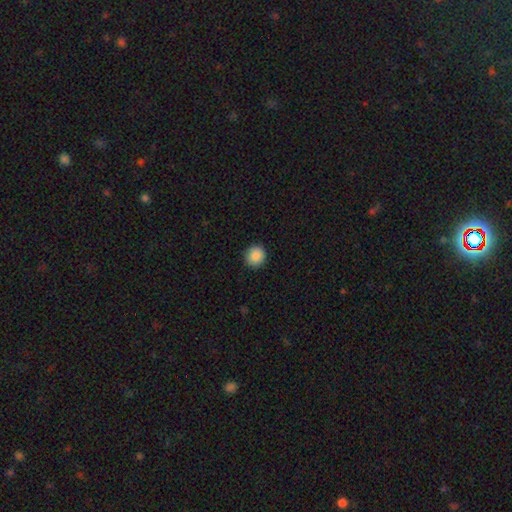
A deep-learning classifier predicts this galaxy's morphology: smooth 89%, star or artifact 9%, featured or disk 3%. Down the decision tree: how rounded — round (91%); merging — none (91%).